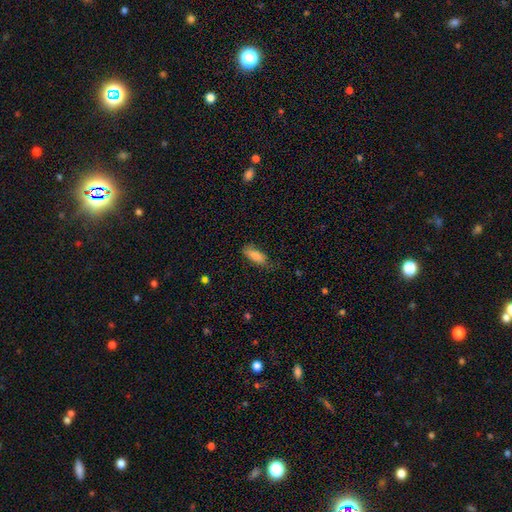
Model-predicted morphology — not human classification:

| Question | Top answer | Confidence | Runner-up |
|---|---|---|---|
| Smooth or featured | smooth | 86% | featured or disk (7%) |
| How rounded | in between | 74% | cigar-shaped (24%) |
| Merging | none | 70% | minor disturbance (23%) |